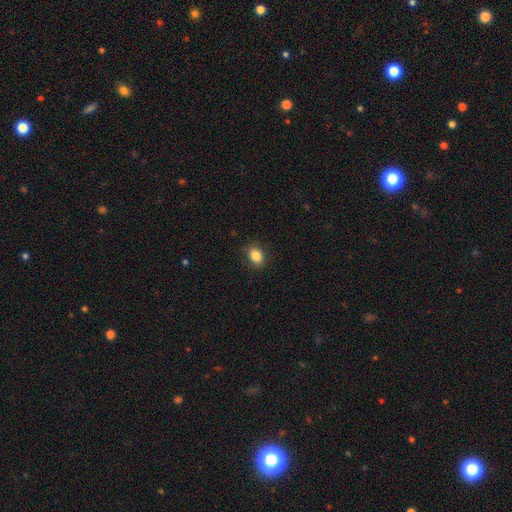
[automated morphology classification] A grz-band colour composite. It shows a smooth galaxy with no disk features (85%) that is in between round and cigar-shaped (61%). Merging: none (85%).